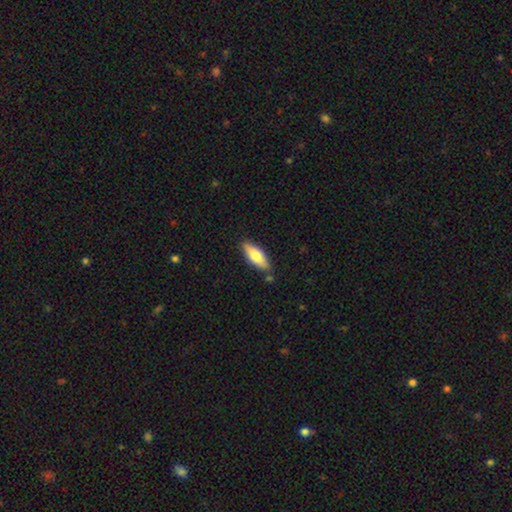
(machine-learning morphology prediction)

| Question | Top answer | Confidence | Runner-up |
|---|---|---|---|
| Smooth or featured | smooth | 70% | featured or disk (25%) |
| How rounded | in between | 65% | cigar-shaped (33%) |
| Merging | none | 82% | minor disturbance (12%) |